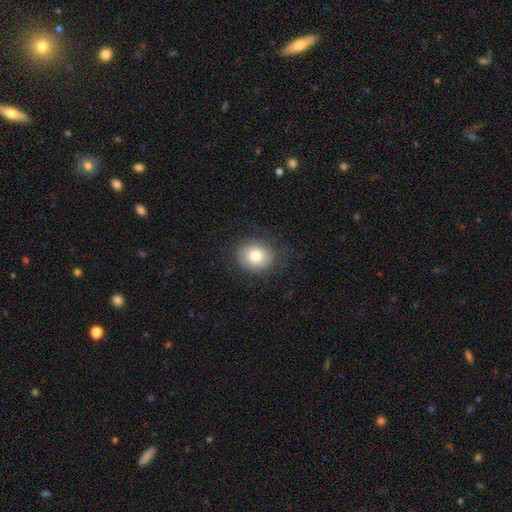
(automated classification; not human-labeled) Smooth or featured: smooth — 72% (featured or disk — 20%)
How rounded: round — 68% (in between — 31%)
Merging: none — 77% (minor disturbance — 15%)